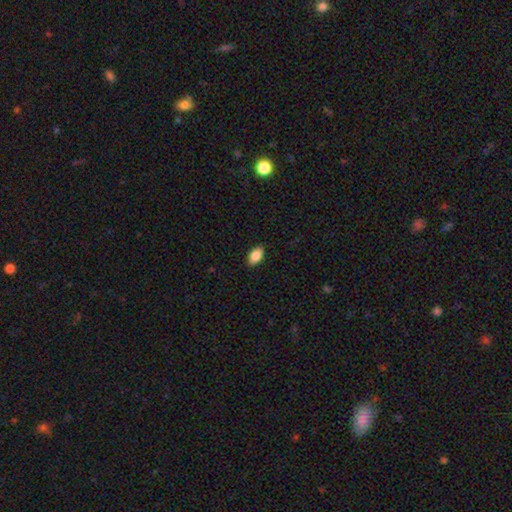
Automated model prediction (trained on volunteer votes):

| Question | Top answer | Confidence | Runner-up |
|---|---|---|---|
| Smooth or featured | smooth | 87% | star or artifact (7%) |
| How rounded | in between | 93% | round (5%) |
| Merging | none | 89% | minor disturbance (8%) |